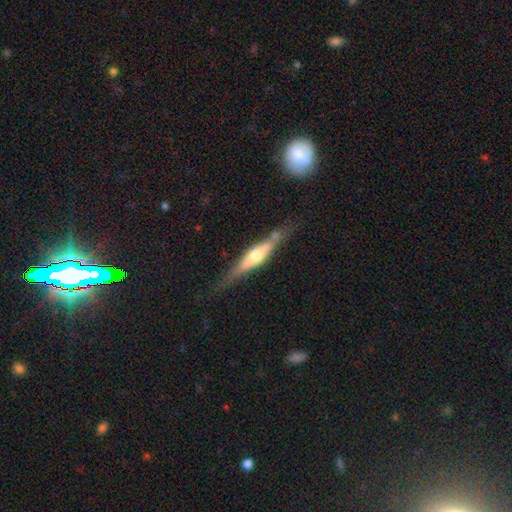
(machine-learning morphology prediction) Smooth or featured: featured or disk — 67% (smooth — 28%)
Edge-on disk: yes — 93% (no — 7%)
Edge-on bulge: rounded — 83% (boxy — 12%)
Merging: none — 72% (minor disturbance — 18%)